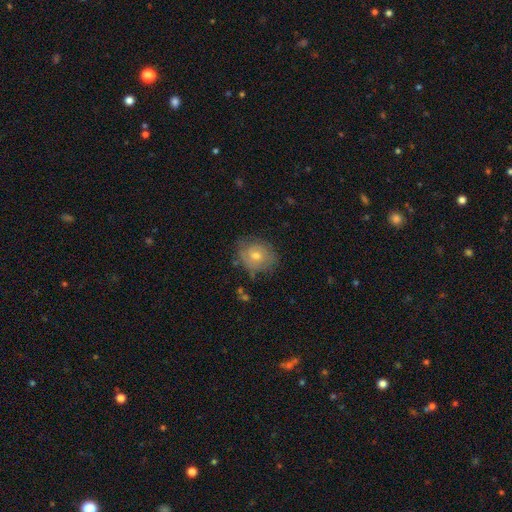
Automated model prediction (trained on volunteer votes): Smooth or featured?
  - smooth: 55% *
  - featured or disk: 33%
  - star or artifact: 12%
How rounded?
  - round: 68% *
  - in between: 31%
  - cigar-shaped: 1%
Merging?
  - none: 72% *
  - minor disturbance: 20%
  - major disturbance: 6%
  - merger: 2%